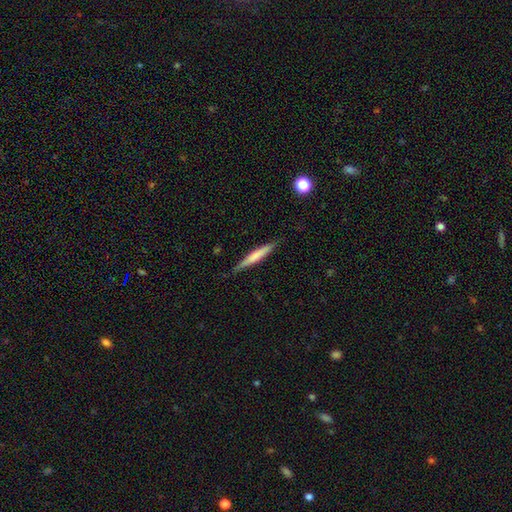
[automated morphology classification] type=smooth (58%); roundness=cigar-shaped (95%); merging=none (85%).